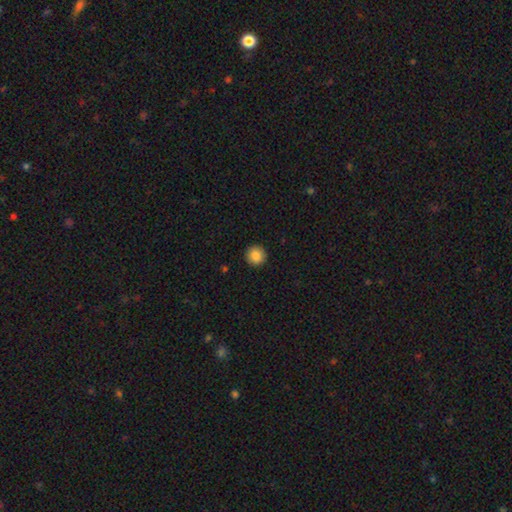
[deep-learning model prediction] This is clearly a smooth galaxy (87%). How rounded: clearly round (95%). Merging: clearly none (93%).